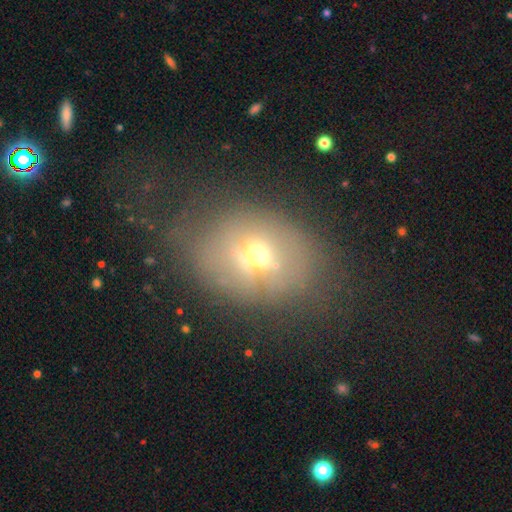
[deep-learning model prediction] Q: Smooth or featured?
A: smooth (53%); runner-up: featured or disk (29%)
Q: How rounded?
A: in between (54%); runner-up: round (44%)
Q: Merging?
A: none (43%); runner-up: minor disturbance (26%)